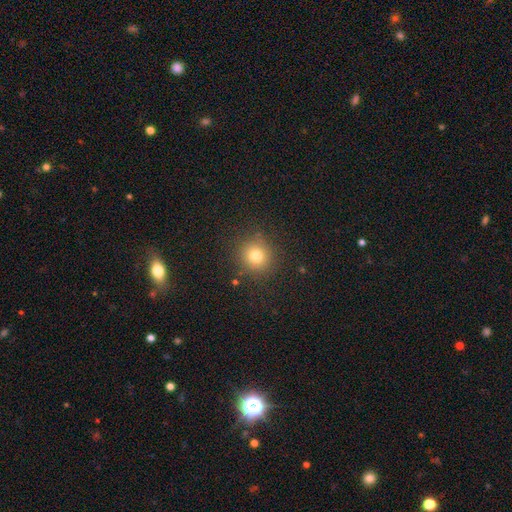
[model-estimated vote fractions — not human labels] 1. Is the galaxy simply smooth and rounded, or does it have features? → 76% smooth, 15% star or artifact, 8% featured or disk.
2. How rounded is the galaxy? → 92% round, 7% in between, 1% cigar-shaped.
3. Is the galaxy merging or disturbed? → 87% none, 8% minor disturbance, 3% major disturbance, 2% merger.